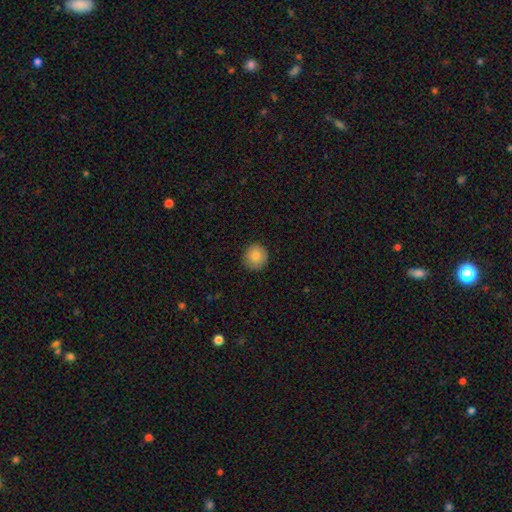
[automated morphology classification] smooth-or-featured: smooth: 83% | featured or disk: 9% | star or artifact: 8%
  how-rounded: round: 94% | in between: 5% | cigar-shaped: 1%
  merging: none: 90% | minor disturbance: 7% | major disturbance: 2% | merger: 1%